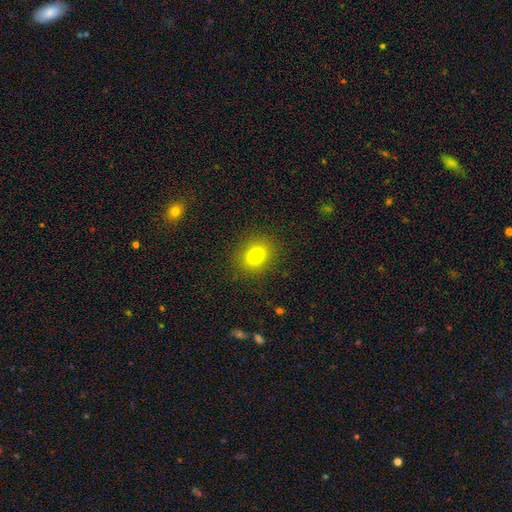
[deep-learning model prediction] smooth_or_featured: smooth (p=0.78) [alt: star or artifact p=0.12]
how_rounded: in between (p=0.50) [alt: round p=0.49]
merging: none (p=0.88) [alt: minor disturbance p=0.08]